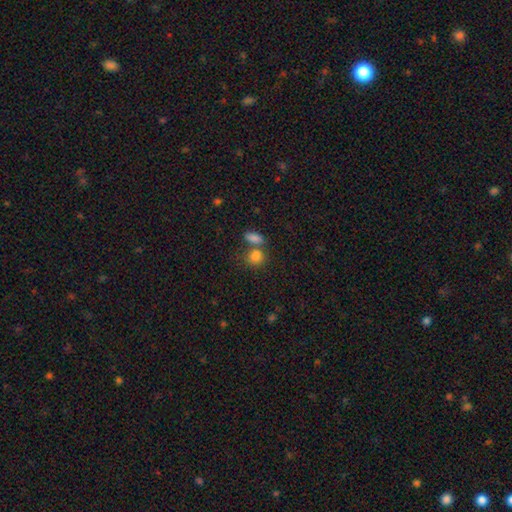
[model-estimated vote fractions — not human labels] Smooth or featured?
  - smooth: 83% *
  - star or artifact: 10%
  - featured or disk: 6%
How rounded?
  - round: 53% *
  - in between: 45%
  - cigar-shaped: 2%
Merging?
  - none: 46% *
  - merger: 39%
  - minor disturbance: 10%
  - major disturbance: 5%